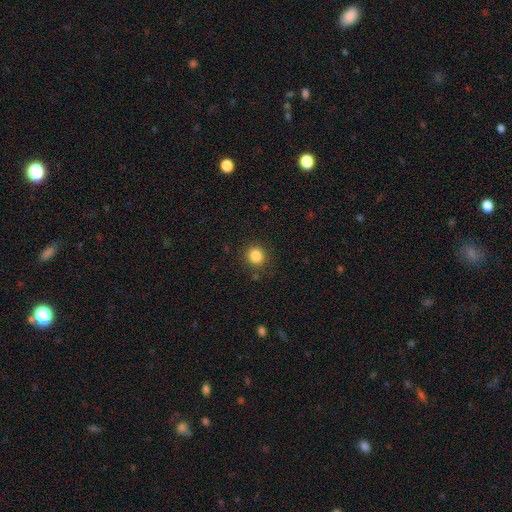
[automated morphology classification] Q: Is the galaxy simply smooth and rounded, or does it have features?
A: smooth — 84%.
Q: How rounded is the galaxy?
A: round — 88%.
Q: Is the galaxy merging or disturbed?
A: none — 87%.